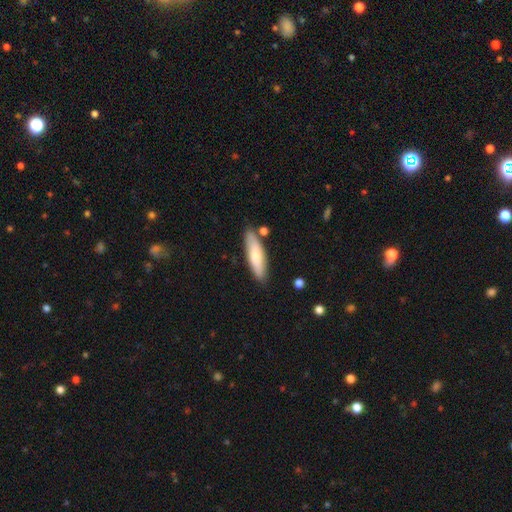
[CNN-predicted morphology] Smooth or featured? smooth (70%)
How rounded? cigar-shaped (65%)
Merging? none (82%)